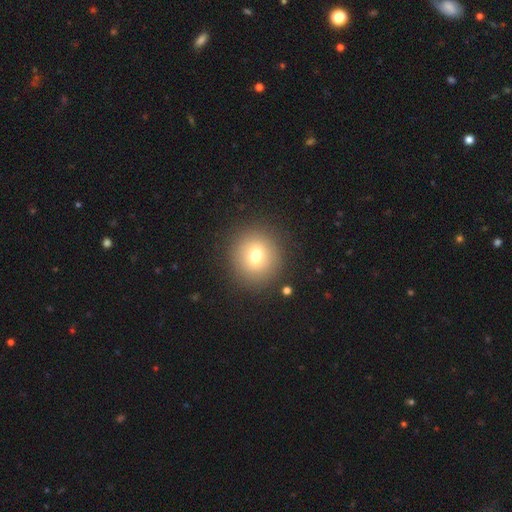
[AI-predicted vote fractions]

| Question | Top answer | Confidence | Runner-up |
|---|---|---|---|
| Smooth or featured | smooth | 73% | featured or disk (14%) |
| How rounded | round | 92% | in between (7%) |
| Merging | none | 88% | minor disturbance (7%) |